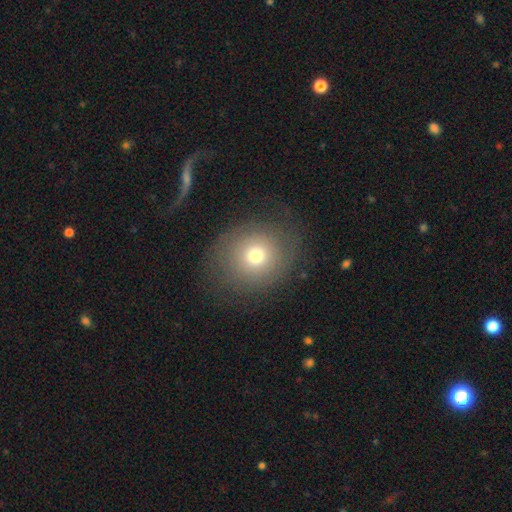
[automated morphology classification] The model was most divided on "how rounded": round: 75%, in between: 24%, cigar-shaped: 1%. More confident: merging — none (76%); smooth or featured — smooth (68%).